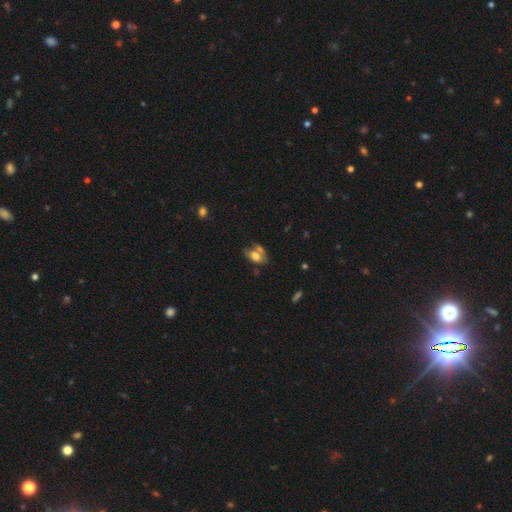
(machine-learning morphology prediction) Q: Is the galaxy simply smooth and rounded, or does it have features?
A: smooth — 67%.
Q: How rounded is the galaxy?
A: in between — 87%.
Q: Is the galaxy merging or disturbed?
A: none — 35%, tied with merger.